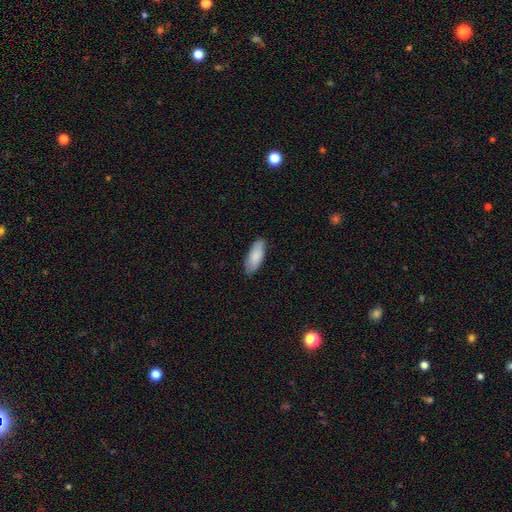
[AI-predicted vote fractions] Overall: smooth (86%). How rounded: in between (74%). Merging: none (84%).